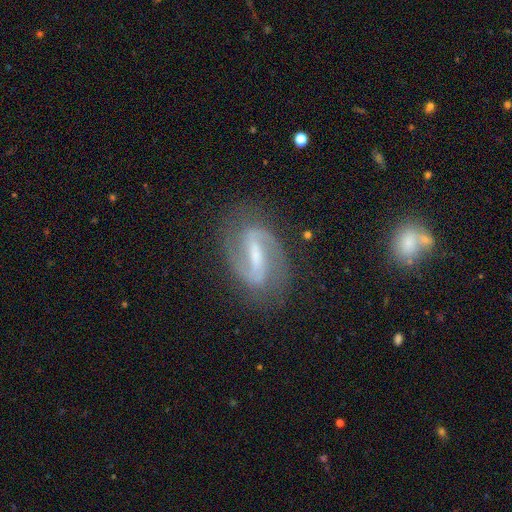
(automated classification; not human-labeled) Smooth or featured? Predicted: featured or disk (p=0.88). Edge-on disk? Predicted: no (p=0.97). Bar? Predicted: strong (p=0.58). Spiral arms? Predicted: yes (p=0.96). Spiral winding? Predicted: medium (p=0.54). Spiral arm count? Predicted: 2 (p=0.92). Bulge size? Predicted: small (p=0.44). Merging? Predicted: none (p=0.80).